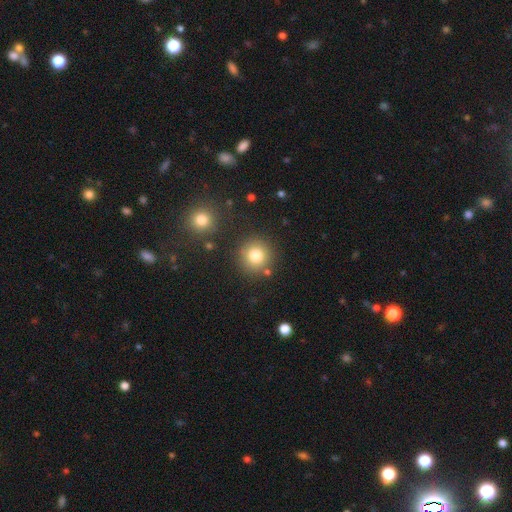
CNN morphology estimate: Q: Smooth or featured?
A: smooth (81%); runner-up: star or artifact (11%)
Q: How rounded?
A: round (94%); runner-up: in between (5%)
Q: Merging?
A: none (83%); runner-up: minor disturbance (8%)